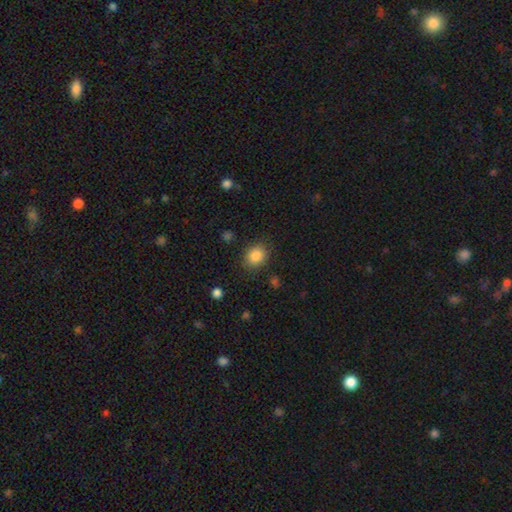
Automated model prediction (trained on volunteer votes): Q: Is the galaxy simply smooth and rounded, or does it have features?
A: smooth — 86%.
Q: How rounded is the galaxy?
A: in between — 50%.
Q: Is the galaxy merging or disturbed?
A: none — 83%.